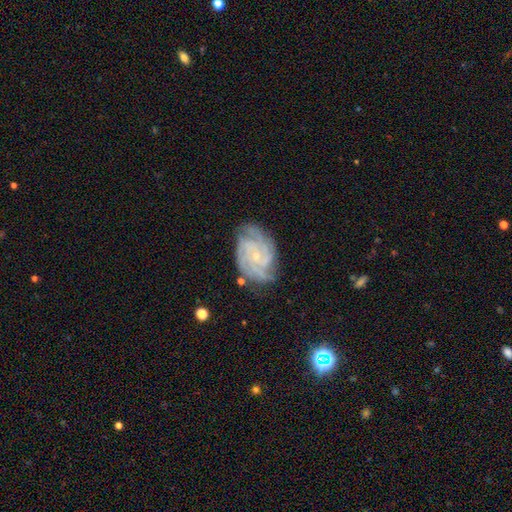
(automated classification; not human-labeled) The model was most divided on "spiral arm count": 3: 29%, 4: 27%, can't tell: 17%, 2: 13%, more than 4: 7%, 1: 6%. More confident: spiral arms — yes (98%); edge-on disk — no (97%); smooth or featured — featured or disk (86%); bulge size — small (78%); merging — none (75%); bar — no (70%); spiral winding — tight (66%).